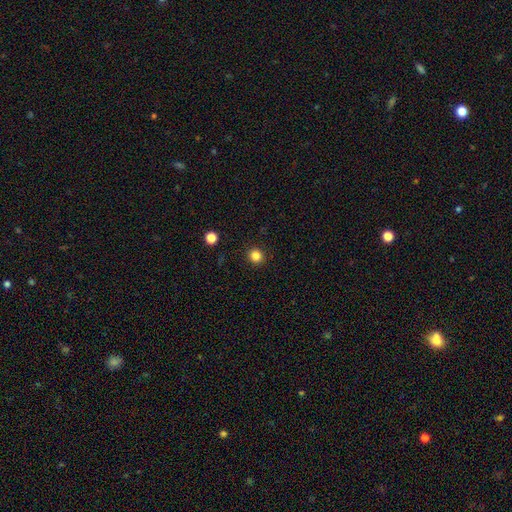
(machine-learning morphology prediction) A smooth galaxy with no disk features (84%) that is round (91%). Merging: none (92%).